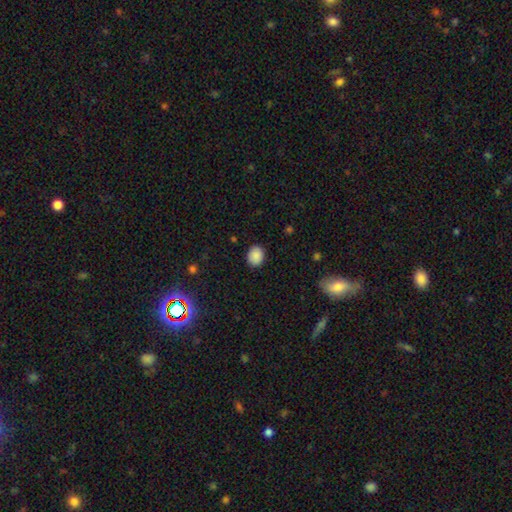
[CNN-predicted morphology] This is clearly a smooth galaxy (88%). How rounded: possibly round (54%). Merging: clearly none (87%).